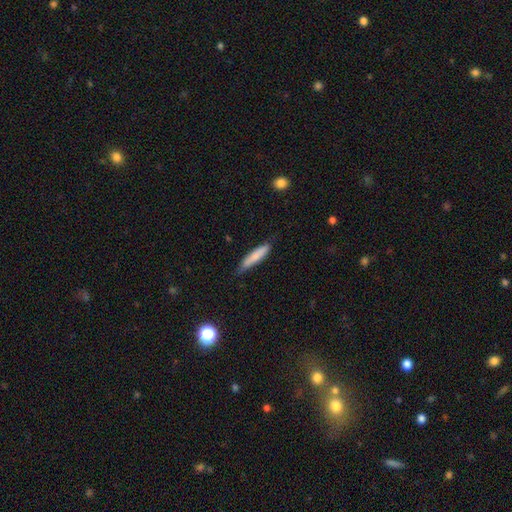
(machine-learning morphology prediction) Smooth or featured? smooth (79%)
How rounded? cigar-shaped (84%)
Merging? none (72%)